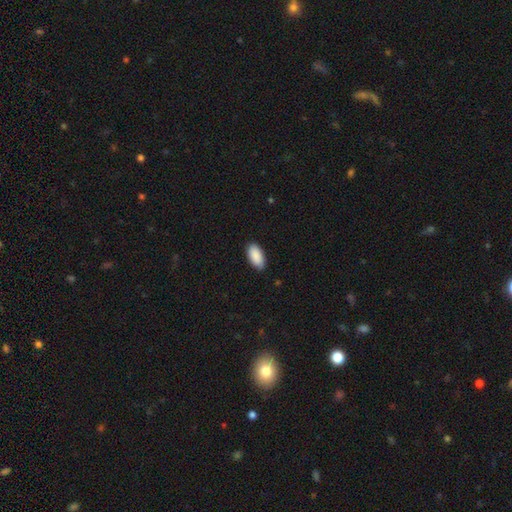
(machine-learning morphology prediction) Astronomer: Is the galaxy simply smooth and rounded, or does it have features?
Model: smooth — 91%.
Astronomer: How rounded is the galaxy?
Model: in between — 94%.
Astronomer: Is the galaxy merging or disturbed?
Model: none — 86%.